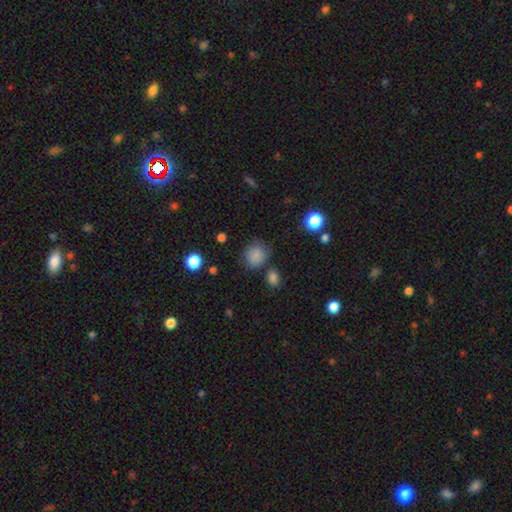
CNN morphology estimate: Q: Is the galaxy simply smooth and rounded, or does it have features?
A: smooth — 84%.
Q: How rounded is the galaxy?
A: round — 82%.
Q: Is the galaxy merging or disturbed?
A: none — 76%.